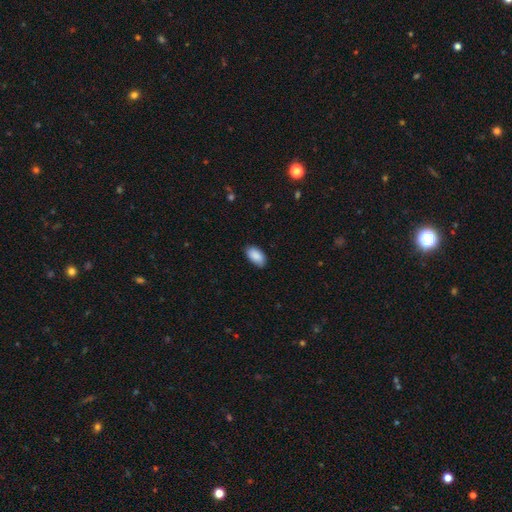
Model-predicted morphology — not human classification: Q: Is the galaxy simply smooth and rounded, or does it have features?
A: smooth — 90%.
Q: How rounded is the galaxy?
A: in between — 95%.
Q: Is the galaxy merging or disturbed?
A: none — 83%.